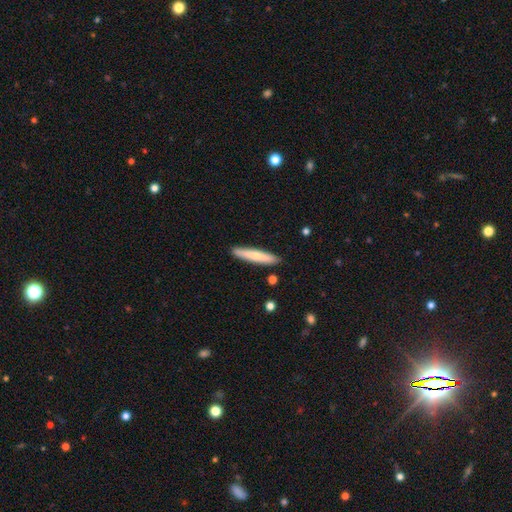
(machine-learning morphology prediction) Smooth or featured?
  - smooth: 70% *
  - featured or disk: 24%
  - star or artifact: 5%
How rounded?
  - cigar-shaped: 92% *
  - in between: 7%
  - round: 1%
Merging?
  - none: 89% *
  - minor disturbance: 8%
  - merger: 1%
  - major disturbance: 1%